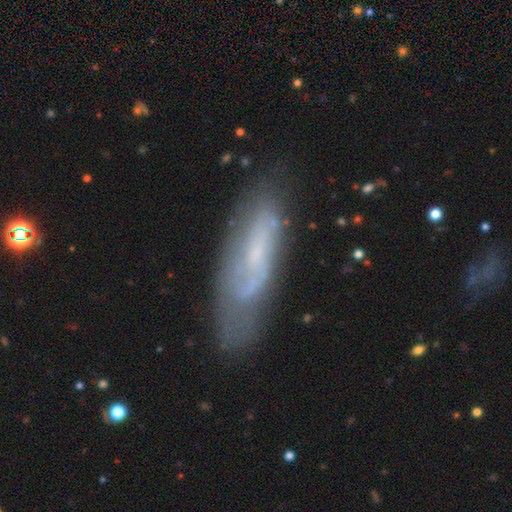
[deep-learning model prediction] A featured or disk galaxy (59%).

Vote fractions:
- Smooth or featured? featured or disk: 59% / smooth: 32% / star or artifact: 8%
- Edge-on disk? no: 74% / yes: 26%
- Merging? none: 70% / minor disturbance: 20% / major disturbance: 7% / merger: 3%